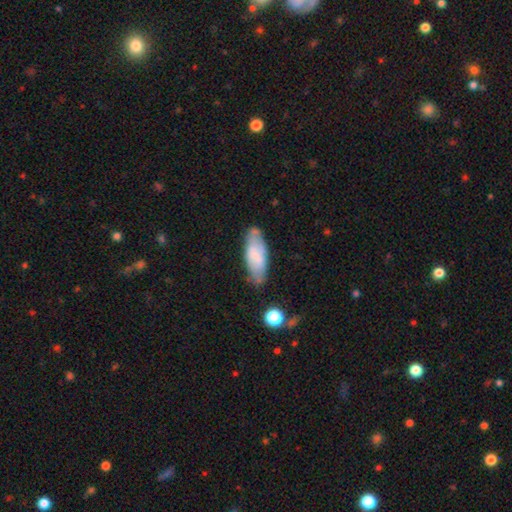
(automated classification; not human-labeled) Morphology: type=smooth (67%); roundness=in between (70%); merging=none (67%).